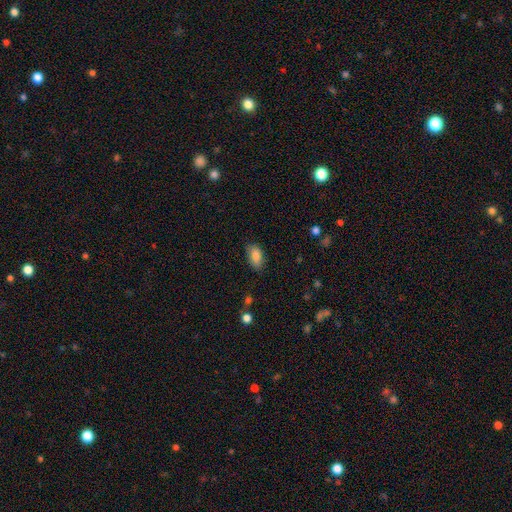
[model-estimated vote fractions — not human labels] Smooth or featured: smooth — 85% (star or artifact — 7%)
How rounded: in between — 91% (round — 6%)
Merging: none — 81% (minor disturbance — 15%)